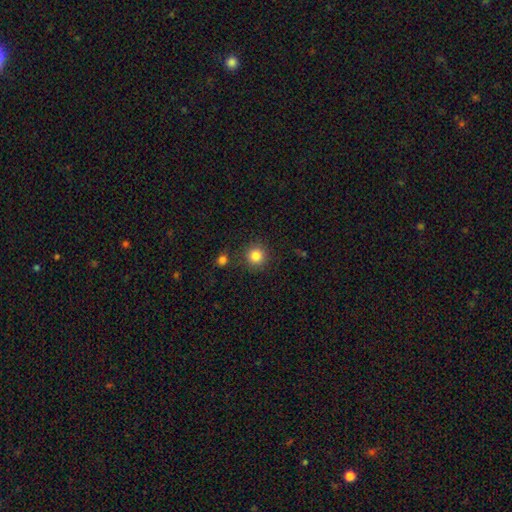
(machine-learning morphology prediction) This is clearly a smooth galaxy (83%). How rounded: clearly round (94%). Merging: clearly none (87%).